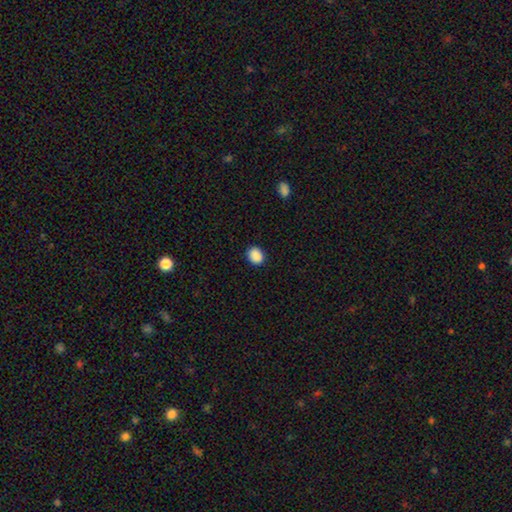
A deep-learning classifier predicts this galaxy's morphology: Smooth or featured? Predicted: smooth (p=0.90). How rounded? Predicted: round (p=0.54). Merging? Predicted: none (p=0.89).